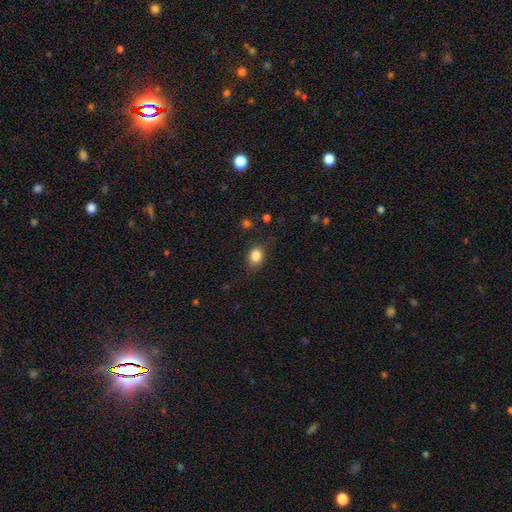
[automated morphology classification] A smooth galaxy with no disk features (85%) that is in between round and cigar-shaped (59%).

Vote fractions:
- Smooth or featured? smooth: 85% / star or artifact: 10% / featured or disk: 5%
- How rounded? in between: 59% / round: 40% / cigar-shaped: 1%
- Merging? none: 82% / minor disturbance: 13% / major disturbance: 4% / merger: 1%